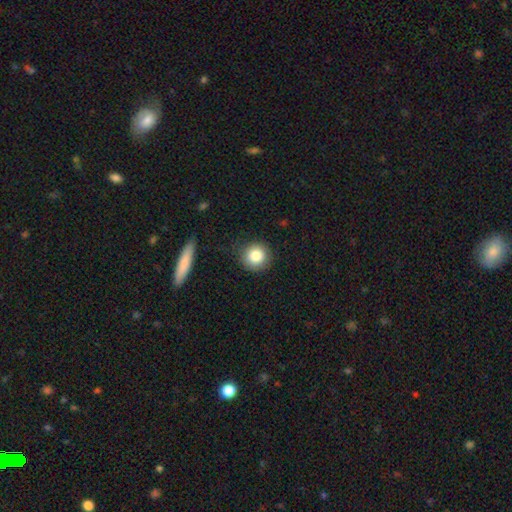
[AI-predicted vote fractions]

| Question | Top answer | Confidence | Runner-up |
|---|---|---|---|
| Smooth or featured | smooth | 84% | star or artifact (9%) |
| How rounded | round | 93% | in between (6%) |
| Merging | none | 86% | minor disturbance (10%) |